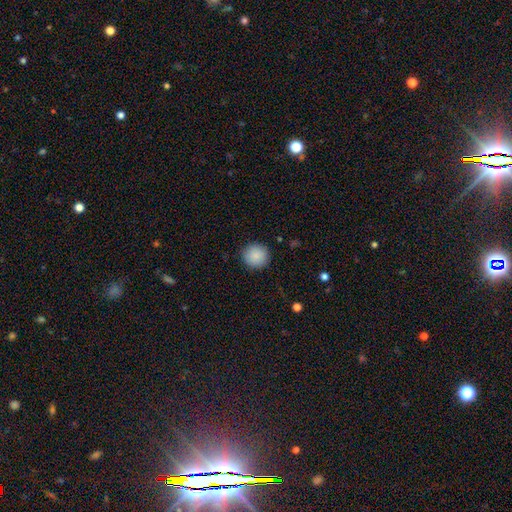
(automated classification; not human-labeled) A smooth galaxy with no disk features (88%) that is round (94%). Merging: none (91%).